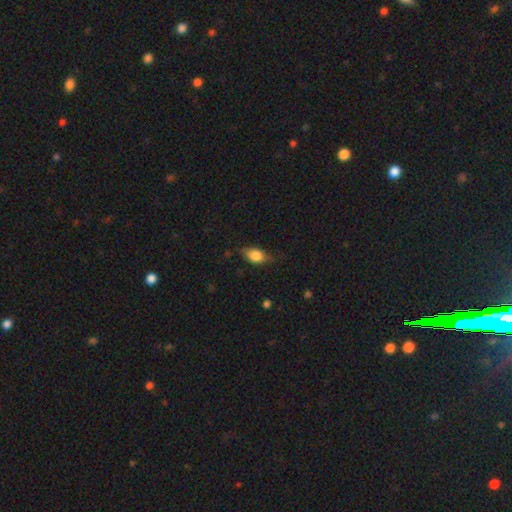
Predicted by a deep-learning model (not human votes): Smooth or featured?
  - smooth: 73% *
  - featured or disk: 19%
  - star or artifact: 8%
How rounded?
  - in between: 81% *
  - round: 12%
  - cigar-shaped: 7%
Merging?
  - none: 67% *
  - minor disturbance: 25%
  - major disturbance: 6%
  - merger: 1%